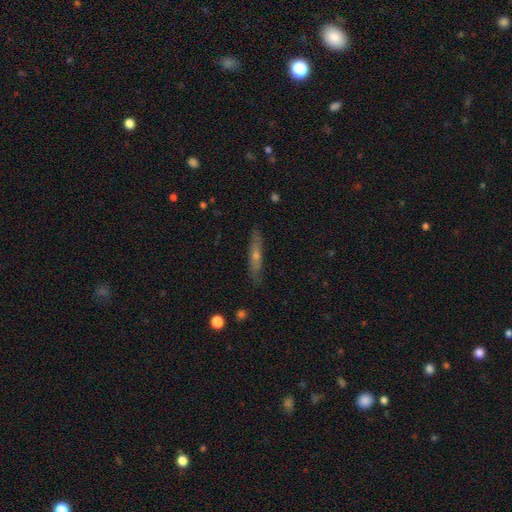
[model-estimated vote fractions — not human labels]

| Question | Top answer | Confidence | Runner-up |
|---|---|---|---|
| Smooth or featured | featured or disk | 54% | smooth (38%) |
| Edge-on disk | yes | 86% | no (14%) |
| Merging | none | 87% | minor disturbance (10%) |